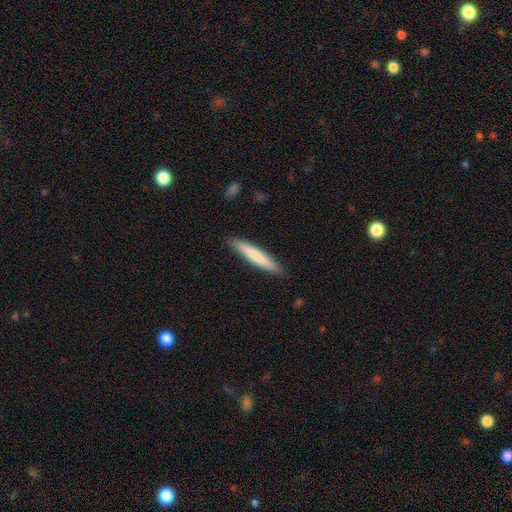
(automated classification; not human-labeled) A smooth galaxy with no disk features (78%) that is cigar-shaped (92%). Merging: none (90%).